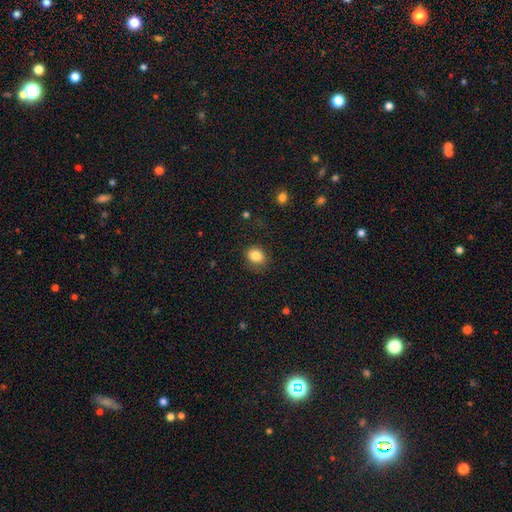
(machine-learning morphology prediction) Smooth or featured: smooth — 84% (star or artifact — 10%)
How rounded: round — 51% (in between — 48%)
Merging: none — 81% (minor disturbance — 14%)